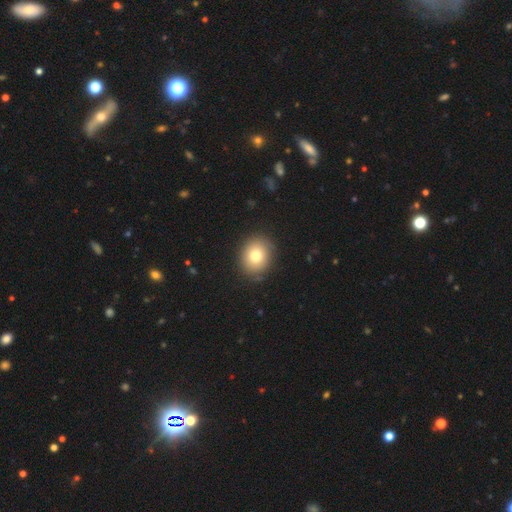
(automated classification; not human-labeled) The model was most divided on "how rounded": round: 65%, in between: 34%, cigar-shaped: 1%. More confident: merging — none (87%); smooth or featured — smooth (78%).